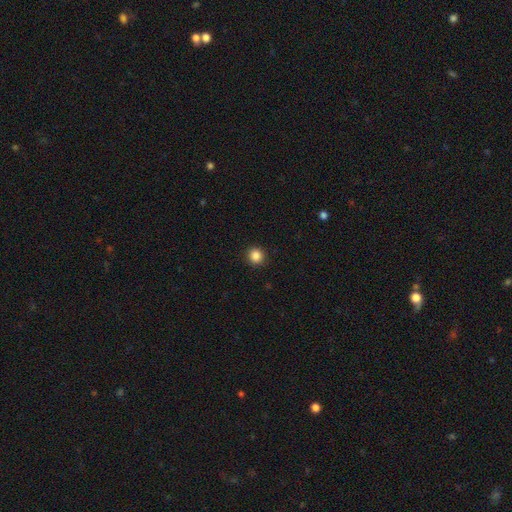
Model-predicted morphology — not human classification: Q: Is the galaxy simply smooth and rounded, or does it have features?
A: smooth — 86%.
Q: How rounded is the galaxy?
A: round — 91%.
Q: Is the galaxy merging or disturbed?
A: none — 92%.